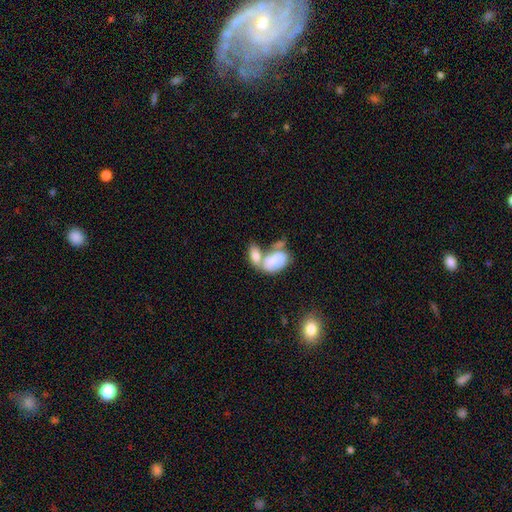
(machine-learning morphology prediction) Smooth or featured? Predicted: smooth (p=0.71). How rounded? Predicted: in between (p=0.92). Merging? Predicted: merger (p=0.70).